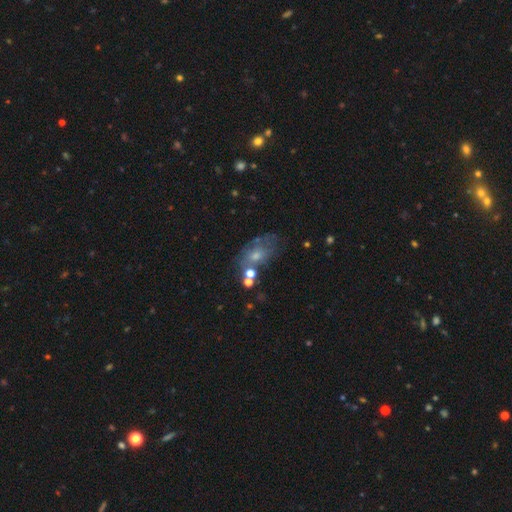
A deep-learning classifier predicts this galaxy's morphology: This is marginally a featured or disk galaxy (39%, tied with smooth). Merging: possibly none (51%).